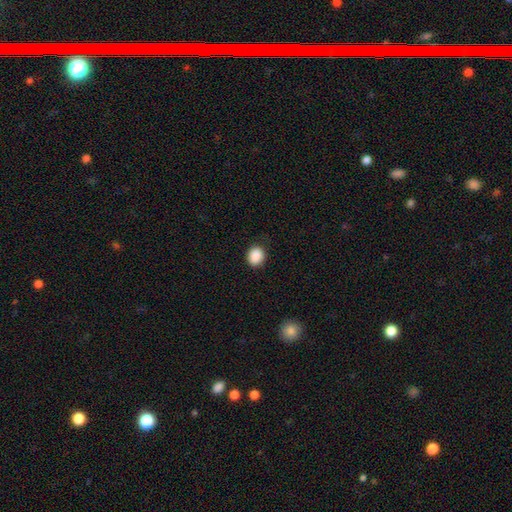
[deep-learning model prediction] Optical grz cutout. It shows a smooth galaxy with no disk features (89%) that is round (66%). Merging: none (86%).